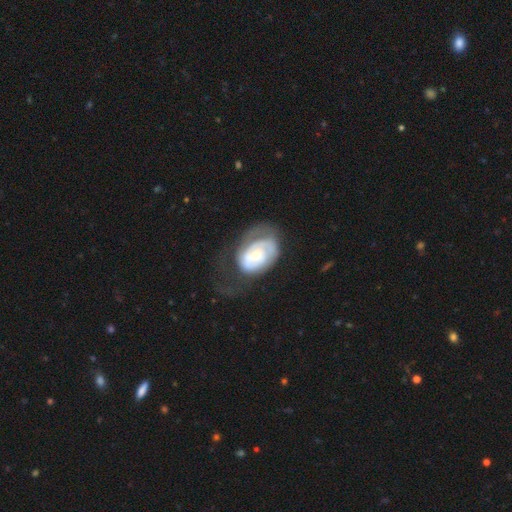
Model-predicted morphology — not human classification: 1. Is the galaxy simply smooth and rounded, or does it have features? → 69% featured or disk, 26% smooth, 5% star or artifact.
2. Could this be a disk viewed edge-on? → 96% no, 4% yes.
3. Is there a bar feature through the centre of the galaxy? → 78% no, 18% weak, 4% strong.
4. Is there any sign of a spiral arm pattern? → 72% yes, 28% no.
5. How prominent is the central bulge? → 55% moderate, 38% small, 5% large, 1% none, 1% dominant.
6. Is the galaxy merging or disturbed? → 37% major disturbance, 36% none, 24% minor disturbance, 2% merger.